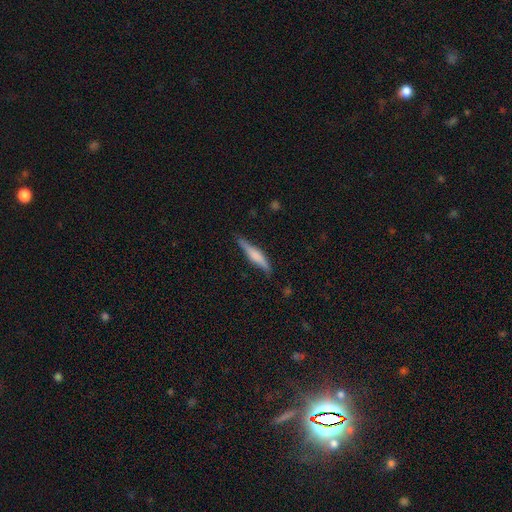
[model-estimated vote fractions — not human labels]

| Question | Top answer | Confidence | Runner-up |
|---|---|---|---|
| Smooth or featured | smooth | 47% | tied: featured or disk (47%) |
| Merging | none | 81% | minor disturbance (15%) |